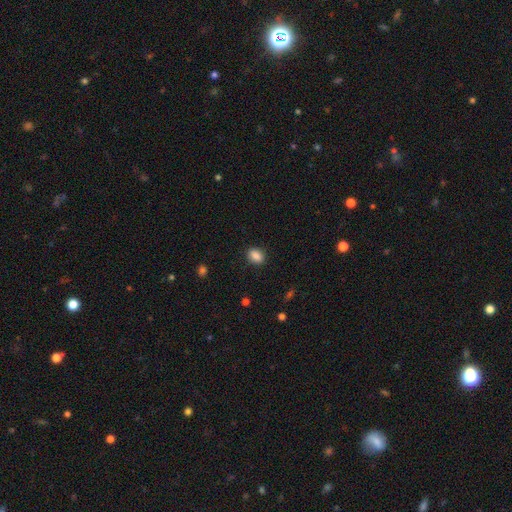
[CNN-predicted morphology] smooth-or-featured: smooth: 87% | star or artifact: 9% | featured or disk: 4%
  how-rounded: in between: 65% | round: 33% | cigar-shaped: 1%
  merging: none: 88% | minor disturbance: 8% | major disturbance: 2% | merger: 1%